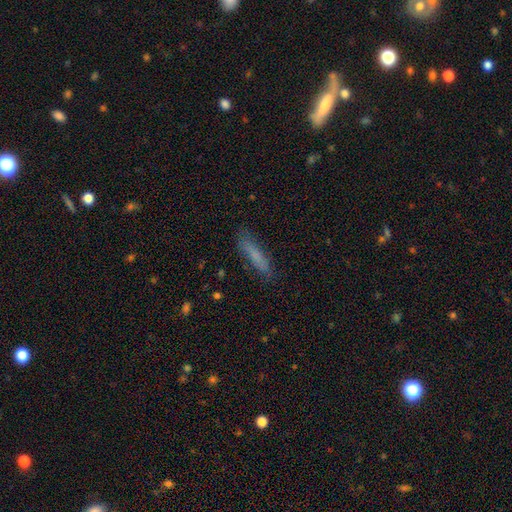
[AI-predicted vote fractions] Q: Smooth or featured?
A: smooth (70%); runner-up: featured or disk (21%)
Q: How rounded?
A: cigar-shaped (87%); runner-up: in between (12%)
Q: Merging?
A: none (80%); runner-up: minor disturbance (14%)